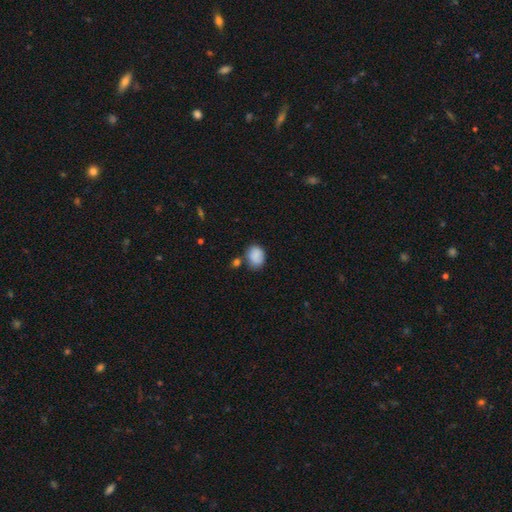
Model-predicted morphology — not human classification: smooth_or_featured: smooth (p=0.84) [alt: star or artifact p=0.08]
how_rounded: in between (p=0.50) [alt: round p=0.49]
merging: none (p=0.59) [alt: minor disturbance p=0.21]